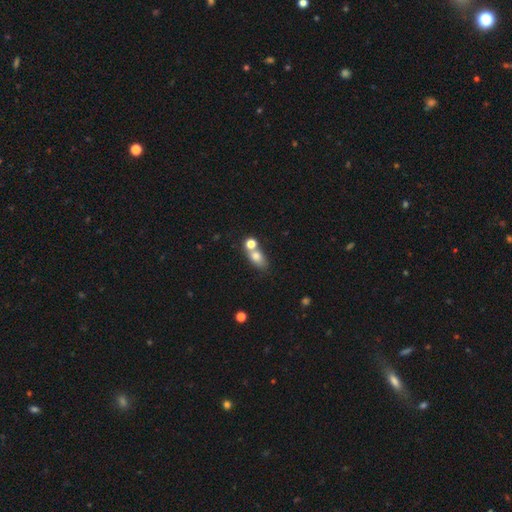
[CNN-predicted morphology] This is likely a smooth galaxy (74%). How rounded: likely in between (70%). Merging: possibly none (46%).